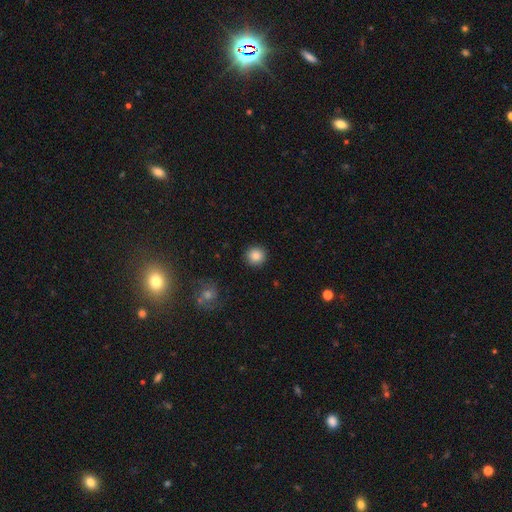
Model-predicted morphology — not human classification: Smooth or featured?
  - smooth: 86% *
  - star or artifact: 9%
  - featured or disk: 4%
How rounded?
  - round: 95% *
  - in between: 4%
  - cigar-shaped: 1%
Merging?
  - none: 92% *
  - minor disturbance: 5%
  - major disturbance: 2%
  - merger: 1%